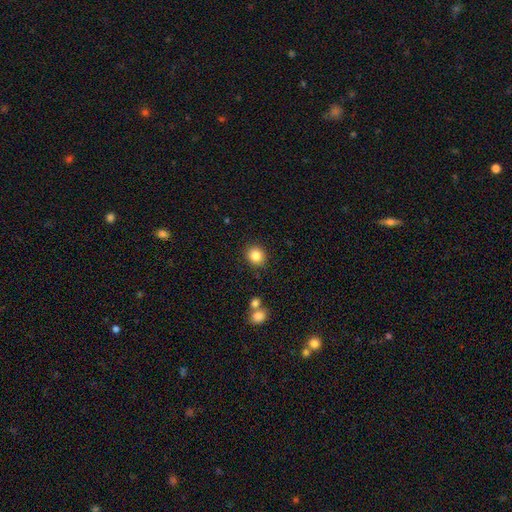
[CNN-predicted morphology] smooth 84%, star or artifact 10%, featured or disk 6%. Down the decision tree: how rounded — round (79%); merging — none (87%).